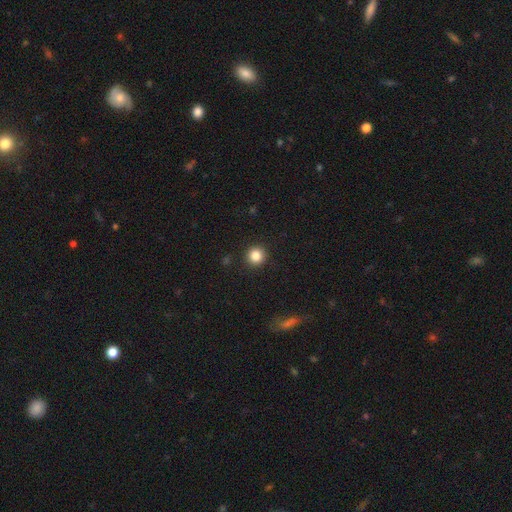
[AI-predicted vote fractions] smooth-or-featured: smooth: 85% | star or artifact: 10% | featured or disk: 5%
  how-rounded: round: 95% | in between: 4% | cigar-shaped: 1%
  merging: none: 92% | minor disturbance: 5% | major disturbance: 2% | merger: 1%